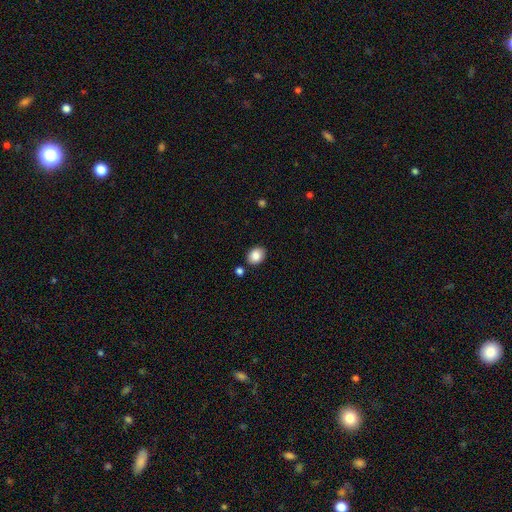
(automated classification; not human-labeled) Smooth or featured: smooth — 87% (star or artifact — 8%)
How rounded: in between — 58% (round — 41%)
Merging: none — 83% (minor disturbance — 10%)